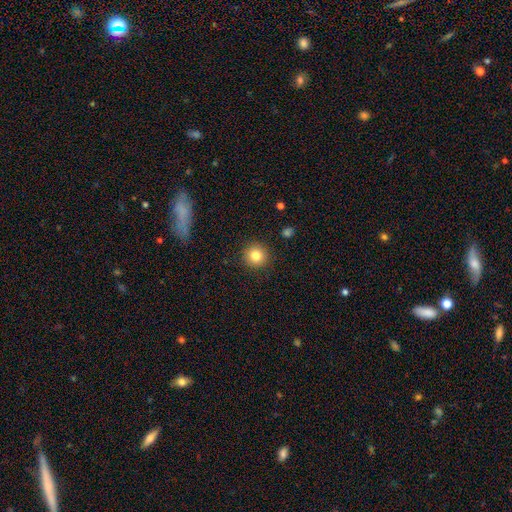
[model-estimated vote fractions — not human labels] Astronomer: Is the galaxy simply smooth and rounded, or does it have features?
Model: smooth — 82%.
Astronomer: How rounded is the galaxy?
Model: round — 94%.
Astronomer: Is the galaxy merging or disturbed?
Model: none — 91%.